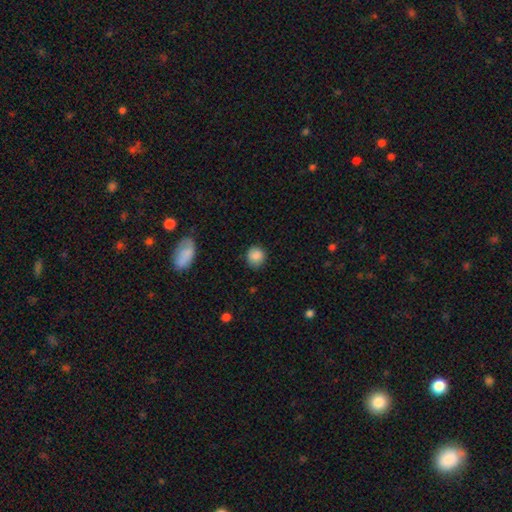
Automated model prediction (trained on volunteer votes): Morphology: type=smooth (88%); roundness=round (87%); merging=none (85%).